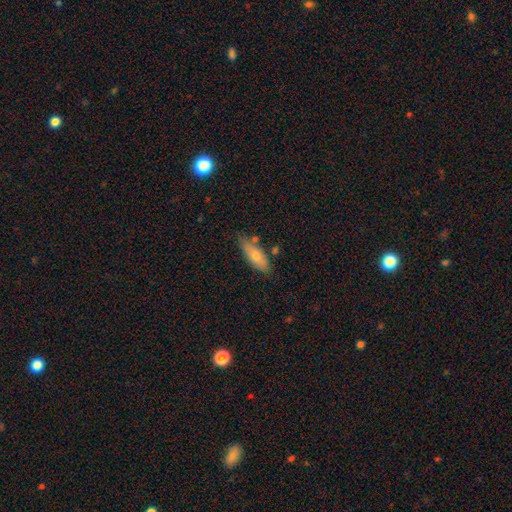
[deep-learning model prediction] A smooth galaxy with no disk features (67%) that is in between round and cigar-shaped (57%). Merging: none (75%).